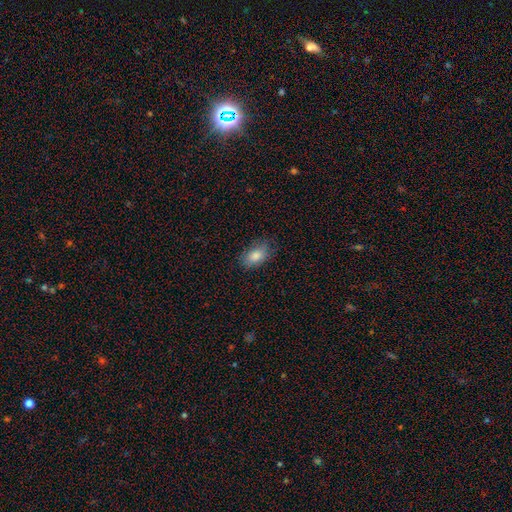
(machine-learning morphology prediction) Smooth or featured?
  - smooth: 84% *
  - featured or disk: 9%
  - star or artifact: 8%
How rounded?
  - in between: 90% *
  - round: 8%
  - cigar-shaped: 2%
Merging?
  - none: 76% *
  - minor disturbance: 18%
  - major disturbance: 4%
  - merger: 1%